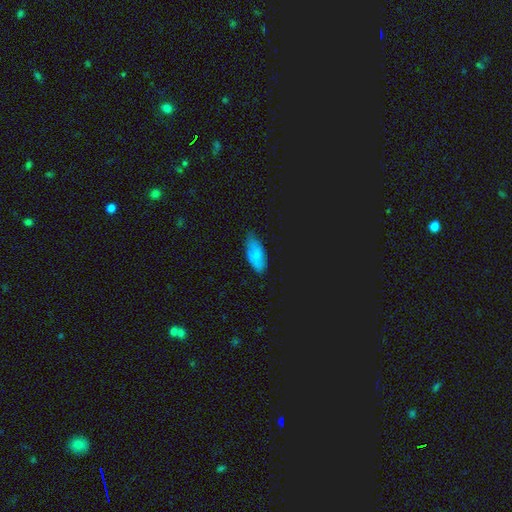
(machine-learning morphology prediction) This is likely a smooth galaxy (67%). How rounded: clearly in between (88%). Merging: likely none (66%).